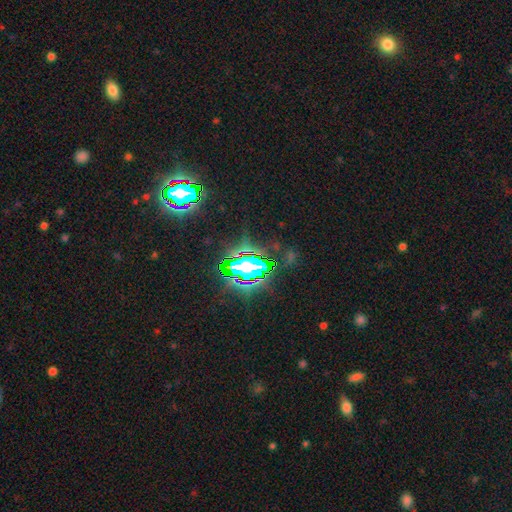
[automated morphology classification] smooth-or-featured: star or artifact: 78% | smooth: 12% | featured or disk: 10%